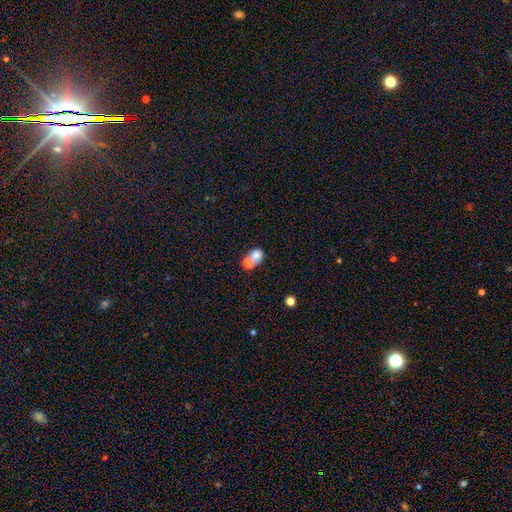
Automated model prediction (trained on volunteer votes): The model was most divided on "how rounded": round: 65%, in between: 34%, cigar-shaped: 1%. More confident: smooth or featured — smooth (74%); merging — merger (60%).